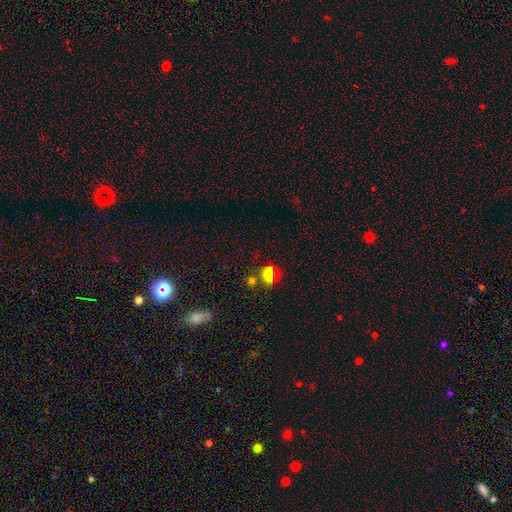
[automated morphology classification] Smooth or featured? smooth (46%, tied with star or artifact)
Merging? none (73%)